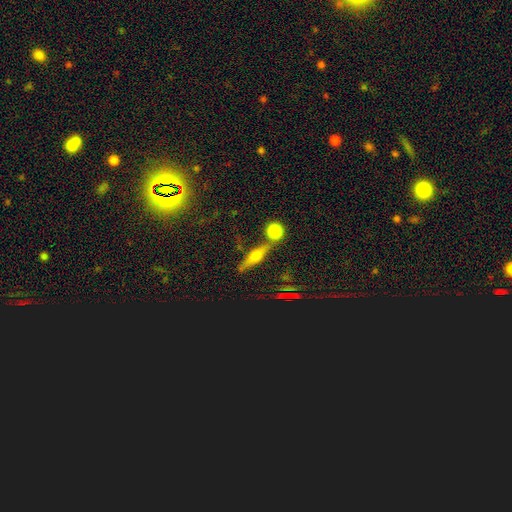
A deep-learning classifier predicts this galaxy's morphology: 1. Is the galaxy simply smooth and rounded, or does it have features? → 60% featured or disk, 25% smooth, 15% star or artifact.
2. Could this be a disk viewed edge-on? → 92% yes, 8% no.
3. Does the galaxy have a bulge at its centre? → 92% rounded, 5% boxy, 3% none.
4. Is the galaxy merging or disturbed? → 74% none, 11% merger, 11% minor disturbance, 4% major disturbance.